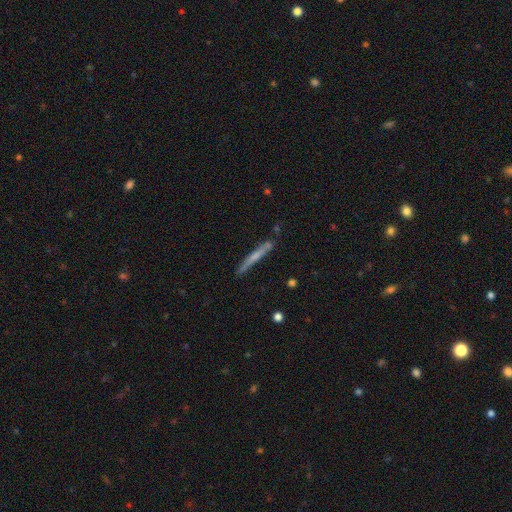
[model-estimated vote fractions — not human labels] A smooth galaxy with no disk features (47%).

Vote fractions:
- Smooth or featured? smooth: 47% / featured or disk: 46% / star or artifact: 7%
- Merging? none: 80% / minor disturbance: 13% / merger: 5% / major disturbance: 3%